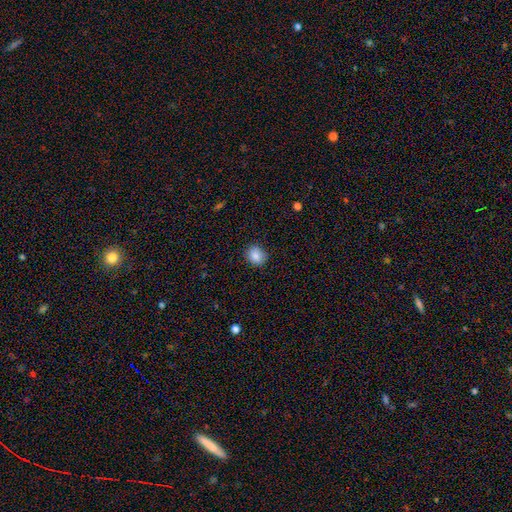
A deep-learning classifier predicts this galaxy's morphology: Smooth or featured? smooth (86%)
How rounded? round (62%)
Merging? none (85%)